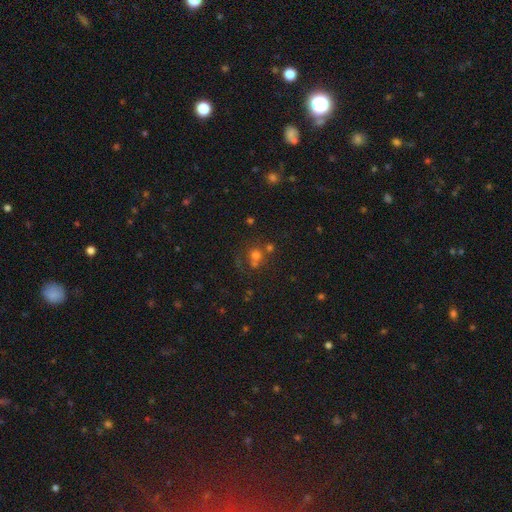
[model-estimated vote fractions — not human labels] smooth_or_featured: smooth (p=0.64) [alt: star or artifact p=0.21]
how_rounded: round (p=0.83) [alt: in between p=0.16]
merging: none (p=0.48) [alt: merger p=0.34]